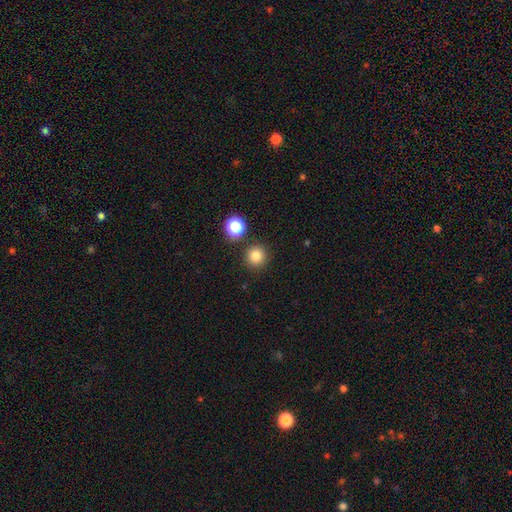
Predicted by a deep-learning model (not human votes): Smooth or featured?
  - smooth: 81% *
  - star or artifact: 14%
  - featured or disk: 6%
How rounded?
  - round: 94% *
  - in between: 5%
  - cigar-shaped: 1%
Merging?
  - none: 88% *
  - minor disturbance: 6%
  - merger: 4%
  - major disturbance: 2%